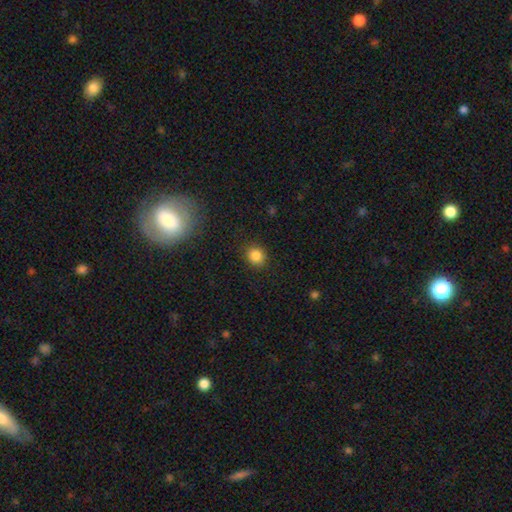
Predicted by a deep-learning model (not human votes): Smooth or featured? Predicted: smooth (p=0.85). How rounded? Predicted: round (p=0.80). Merging? Predicted: none (p=0.88).